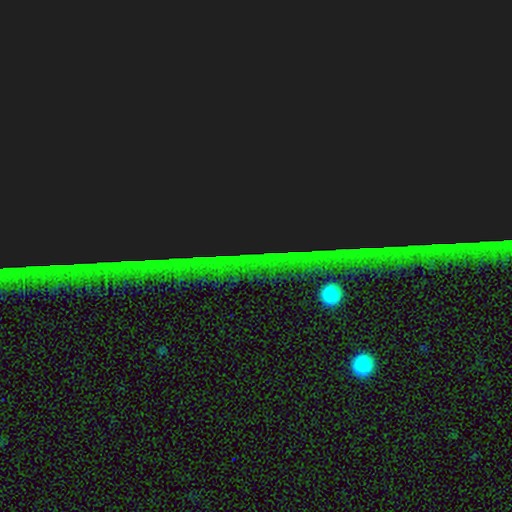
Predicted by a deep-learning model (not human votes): star or artifact 84%, featured or disk 8%, smooth 8%.